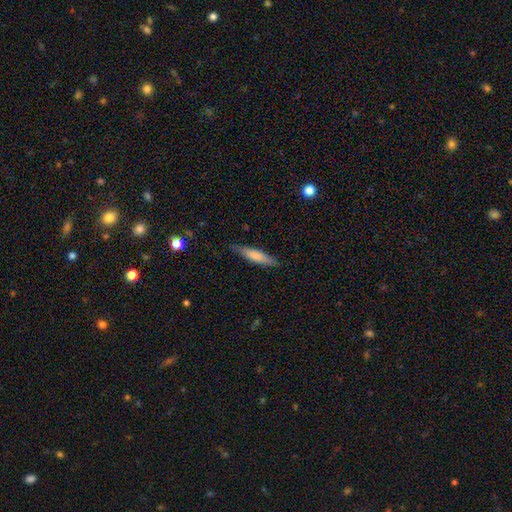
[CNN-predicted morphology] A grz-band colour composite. It shows a smooth galaxy with no disk features (69%) that is cigar-shaped (83%). Merging: none (84%).